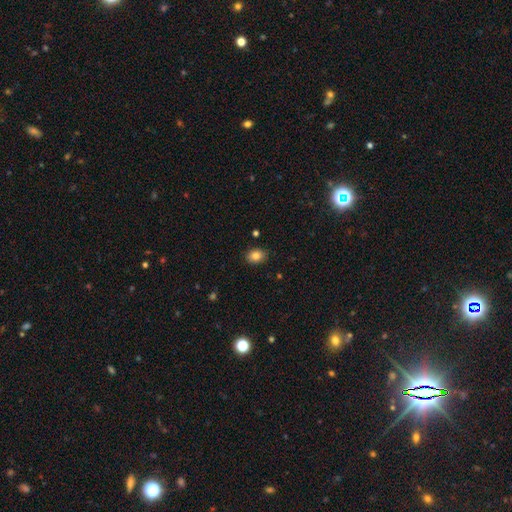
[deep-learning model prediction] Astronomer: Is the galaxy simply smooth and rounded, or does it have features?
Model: smooth — 84%.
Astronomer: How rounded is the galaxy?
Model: in between — 65%.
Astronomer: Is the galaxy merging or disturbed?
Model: none — 87%.